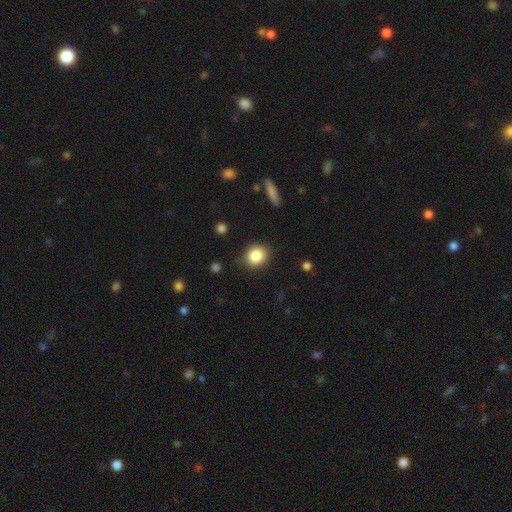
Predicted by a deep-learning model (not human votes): Smooth or featured: smooth — 85% (star or artifact — 9%)
How rounded: round — 66% (in between — 33%)
Merging: none — 83% (minor disturbance — 12%)